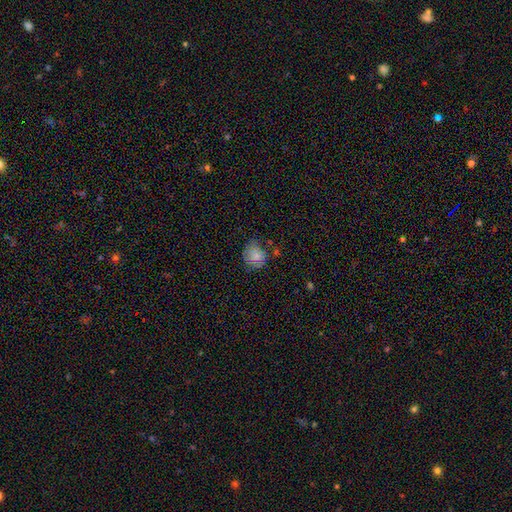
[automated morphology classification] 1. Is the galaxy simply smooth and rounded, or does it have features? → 74% smooth, 15% featured or disk, 10% star or artifact.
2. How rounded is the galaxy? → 79% round, 20% in between, 1% cigar-shaped.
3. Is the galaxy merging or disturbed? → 58% none, 29% minor disturbance, 8% major disturbance, 4% merger.